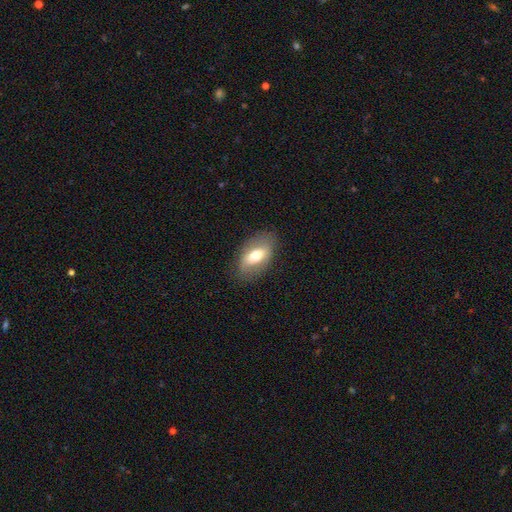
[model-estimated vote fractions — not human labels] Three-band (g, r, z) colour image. It shows a smooth galaxy with no disk features (57%) that is in between round and cigar-shaped (90%). Merging: none (81%).